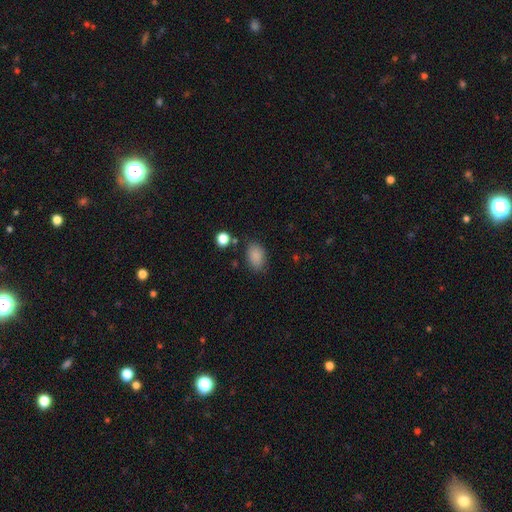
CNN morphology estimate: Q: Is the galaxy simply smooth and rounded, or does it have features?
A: smooth — 86%.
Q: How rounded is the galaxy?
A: in between — 85%.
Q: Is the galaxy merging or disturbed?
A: none — 78%.